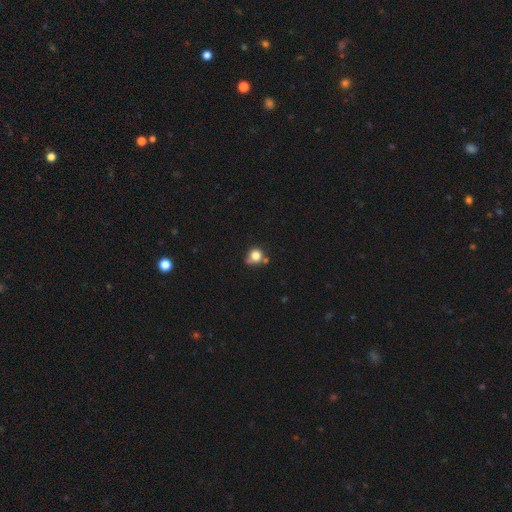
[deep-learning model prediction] Q: Smooth or featured?
A: smooth (78%); runner-up: star or artifact (12%)
Q: How rounded?
A: round (84%); runner-up: in between (14%)
Q: Merging?
A: none (55%); runner-up: minor disturbance (21%)